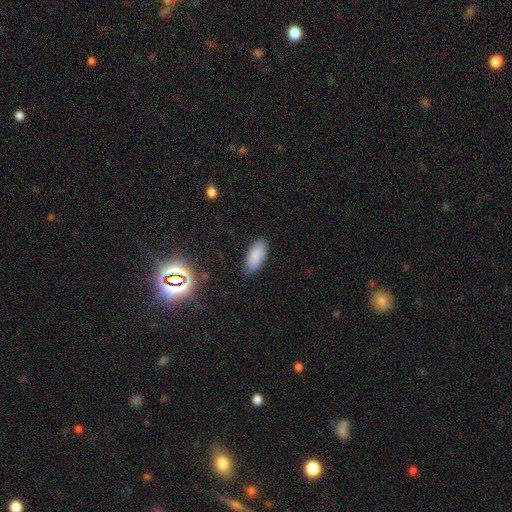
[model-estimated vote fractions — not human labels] The model was most divided on "merging": none: 80%, minor disturbance: 16%, major disturbance: 3%, merger: 1%. More confident: how rounded — in between (89%); smooth or featured — smooth (86%).